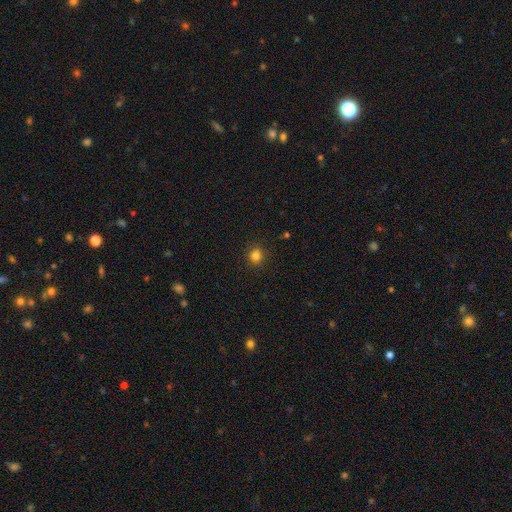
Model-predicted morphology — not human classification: smooth 82%, star or artifact 13%, featured or disk 5%. Down the decision tree: how rounded — round (83%); merging — none (89%).